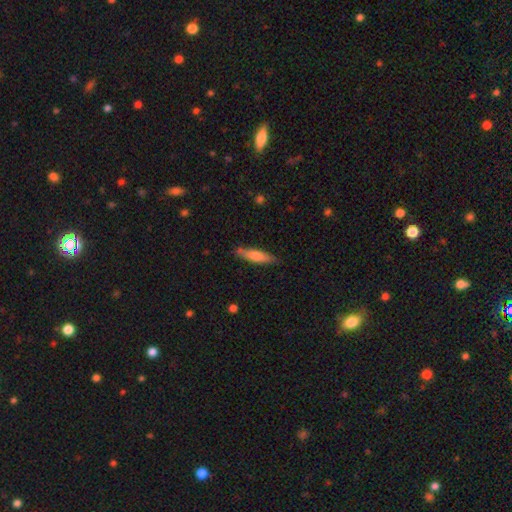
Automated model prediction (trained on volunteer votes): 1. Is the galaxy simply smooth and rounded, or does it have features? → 65% smooth, 29% featured or disk, 6% star or artifact.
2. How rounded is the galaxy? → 79% cigar-shaped, 19% in between, 2% round.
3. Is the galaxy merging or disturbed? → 84% none, 12% minor disturbance, 2% major disturbance, 2% merger.